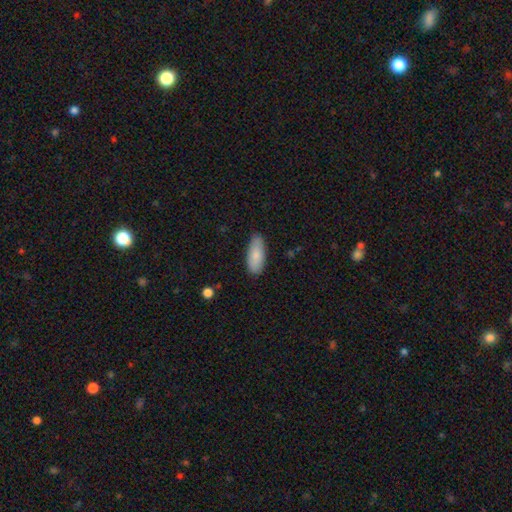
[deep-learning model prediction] Smooth or featured: smooth — 84% (featured or disk — 10%)
How rounded: in between — 83% (cigar-shaped — 15%)
Merging: none — 84% (minor disturbance — 13%)